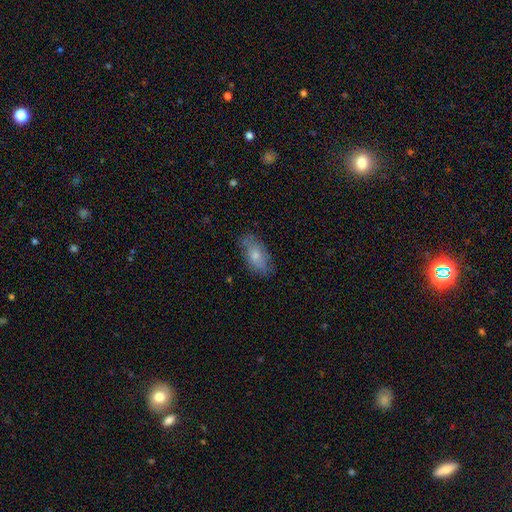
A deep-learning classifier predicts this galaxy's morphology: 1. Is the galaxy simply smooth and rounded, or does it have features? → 69% smooth, 24% featured or disk, 7% star or artifact.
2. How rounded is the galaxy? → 91% in between, 5% cigar-shaped, 4% round.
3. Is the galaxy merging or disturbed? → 73% none, 20% minor disturbance, 5% major disturbance, 2% merger.